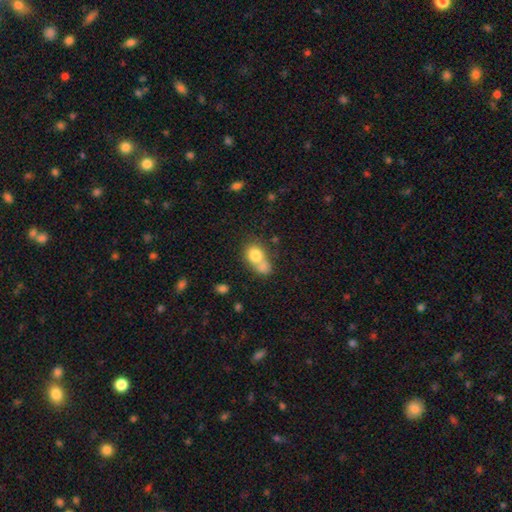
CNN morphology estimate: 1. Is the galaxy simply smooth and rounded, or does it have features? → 76% smooth, 14% featured or disk, 9% star or artifact.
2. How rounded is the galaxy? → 59% round, 39% in between, 1% cigar-shaped.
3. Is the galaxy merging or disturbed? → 59% merger, 27% none, 9% minor disturbance, 5% major disturbance.